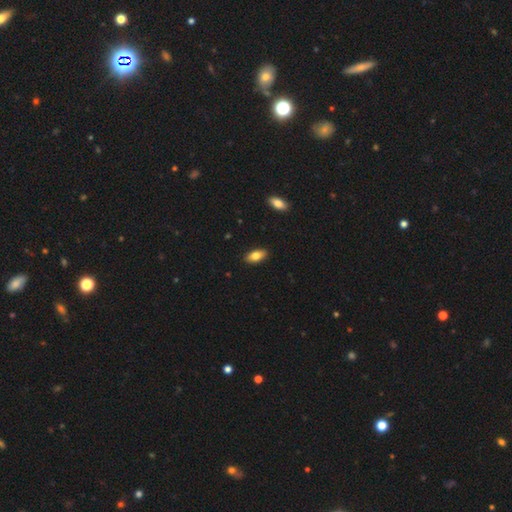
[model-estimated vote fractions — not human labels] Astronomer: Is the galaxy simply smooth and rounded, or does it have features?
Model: smooth — 79%.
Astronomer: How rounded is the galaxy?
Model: in between — 88%.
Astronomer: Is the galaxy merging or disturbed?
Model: none — 89%.